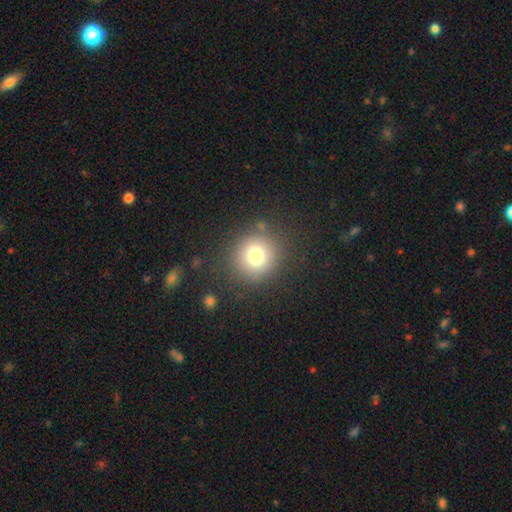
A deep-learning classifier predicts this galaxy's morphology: A smooth galaxy with no disk features (75%) that is round (91%). Merging: none (85%).